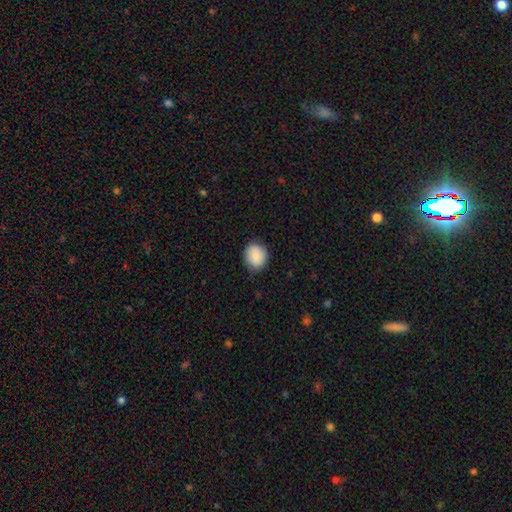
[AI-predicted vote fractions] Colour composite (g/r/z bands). It shows a smooth galaxy with no disk features (89%) that is round (74%). Merging: none (83%).